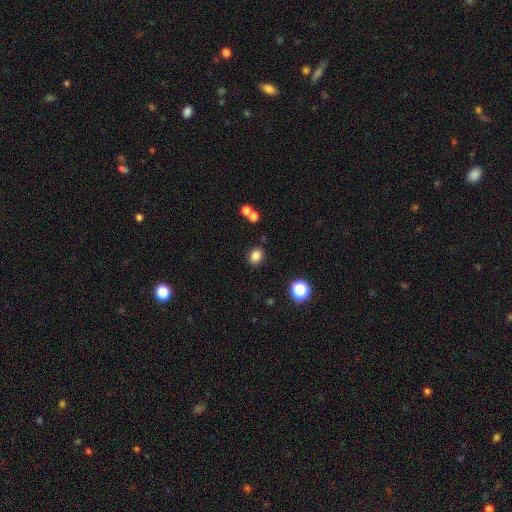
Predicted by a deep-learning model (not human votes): Smooth or featured? Predicted: smooth (p=0.83). How rounded? Predicted: in between (p=0.52). Merging? Predicted: none (p=0.84).